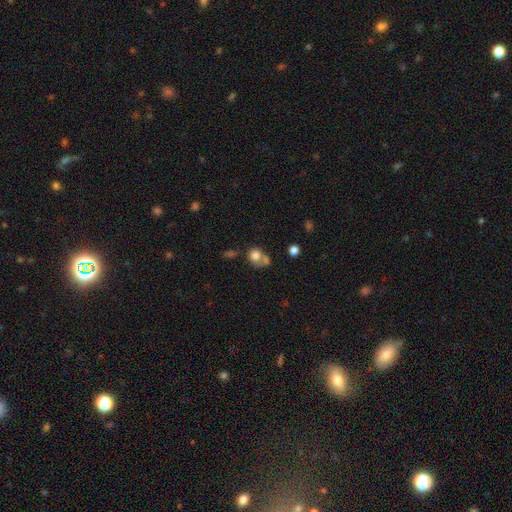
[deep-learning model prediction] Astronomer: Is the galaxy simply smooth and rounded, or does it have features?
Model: smooth — 77%.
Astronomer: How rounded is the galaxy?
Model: round — 69%.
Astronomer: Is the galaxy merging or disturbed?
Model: merger — 44% (runner-up: none, 36%).